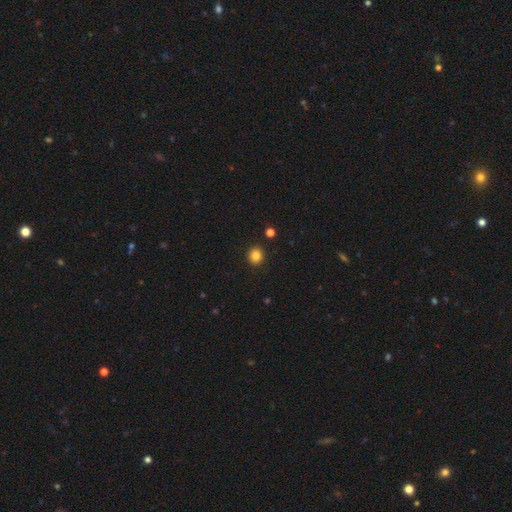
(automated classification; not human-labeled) A smooth galaxy with no disk features (84%) that is round (83%). Merging: none (91%).